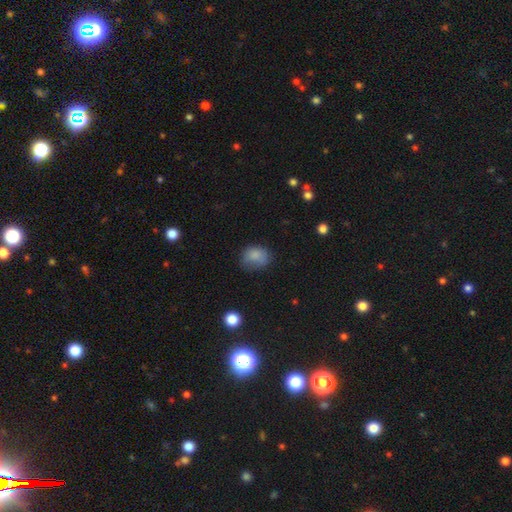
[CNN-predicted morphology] Smooth or featured: smooth — 81% (star or artifact — 10%)
How rounded: in between — 50% (round — 49%)
Merging: none — 52% (minor disturbance — 32%)